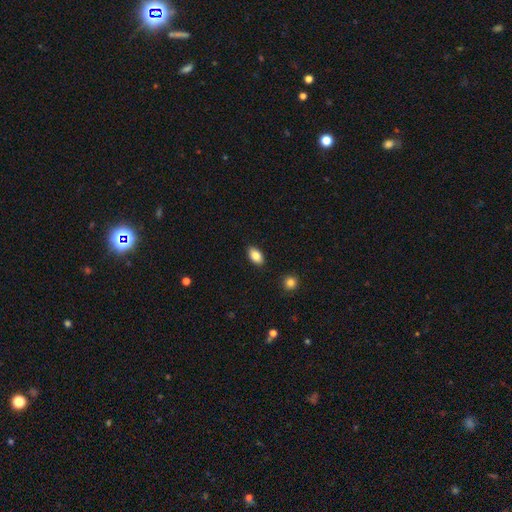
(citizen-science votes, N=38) A smooth galaxy with no disk features (84%) that is in between round and cigar-shaped (100%). Merging: none (86%).